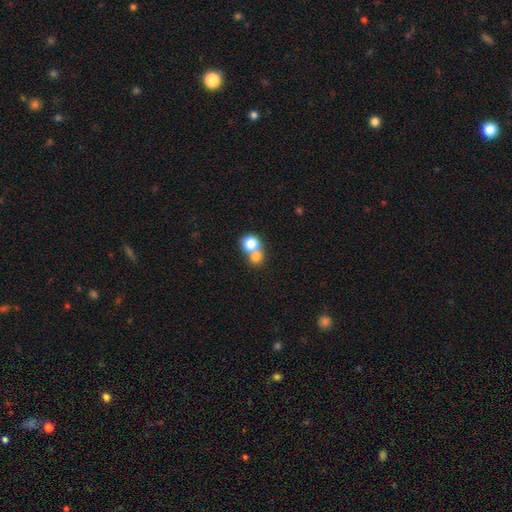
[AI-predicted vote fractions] This is likely a smooth galaxy (77%). How rounded: clearly round (81%). Merging: likely merger (62%).